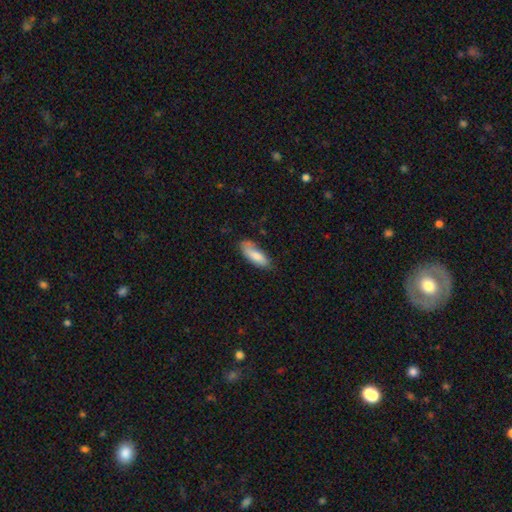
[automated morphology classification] smooth_or_featured: smooth (p=0.80) [alt: featured or disk p=0.13]
how_rounded: in between (p=0.62) [alt: cigar-shaped p=0.36]
merging: none (p=0.62) [alt: minor disturbance p=0.27]